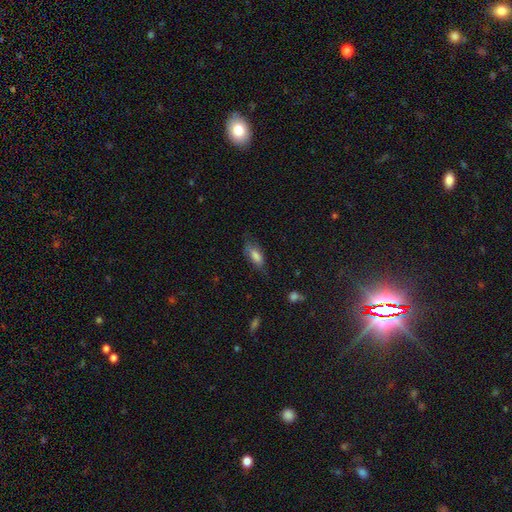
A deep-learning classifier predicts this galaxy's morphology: A smooth galaxy with no disk features (75%) that is in between round and cigar-shaped (81%).

Vote fractions:
- Smooth or featured? smooth: 75% / featured or disk: 16% / star or artifact: 9%
- How rounded? in between: 81% / cigar-shaped: 16% / round: 3%
- Merging? none: 54% / minor disturbance: 30% / major disturbance: 14% / merger: 2%